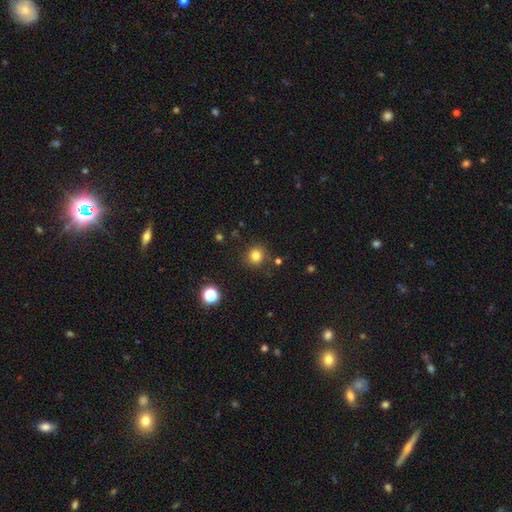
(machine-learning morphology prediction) Overall: smooth (81%). How rounded: round (90%). Merging: none (86%).